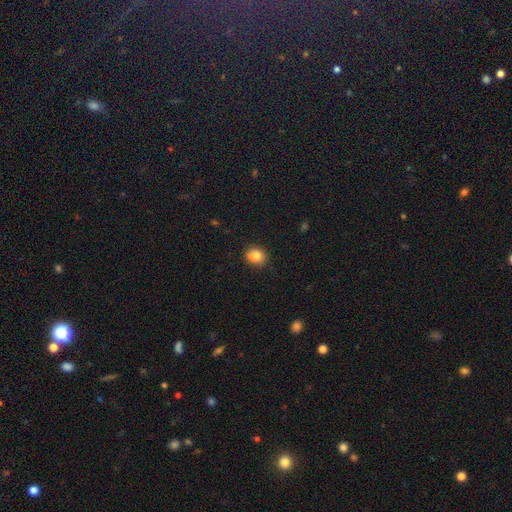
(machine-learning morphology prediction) Smooth or featured? smooth (85%)
How rounded? round (61%)
Merging? none (87%)